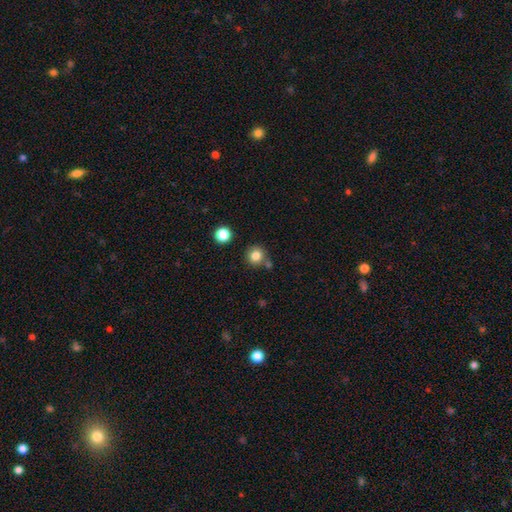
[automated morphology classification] type=smooth (82%); roundness=round (93%); merging=none (78%).